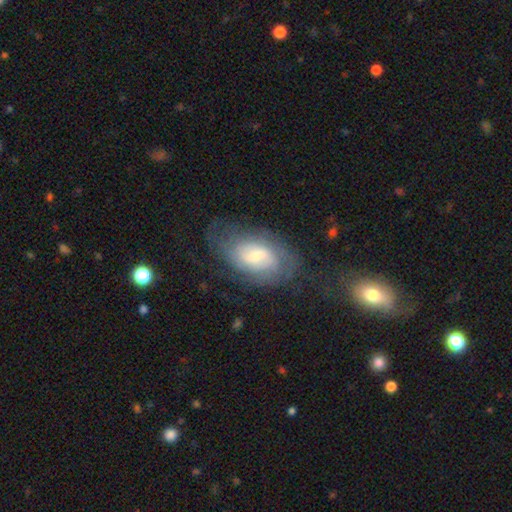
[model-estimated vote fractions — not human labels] smooth_or_featured: featured or disk (p=0.61) [alt: smooth p=0.31]
disk_edge_on: no (p=0.95) [alt: yes p=0.05]
bar: weak (p=0.49) [alt: no p=0.39]
has_spiral_arms: yes (p=0.82) [alt: no p=0.18]
bulge_size: small (p=0.44) [alt: moderate p=0.36]
merging: none (p=0.59) [alt: minor disturbance p=0.23]